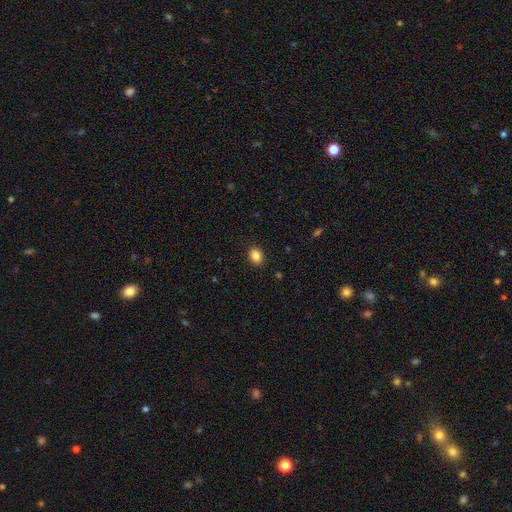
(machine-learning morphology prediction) type=smooth (86%); roundness=in between (57%); merging=none (90%).